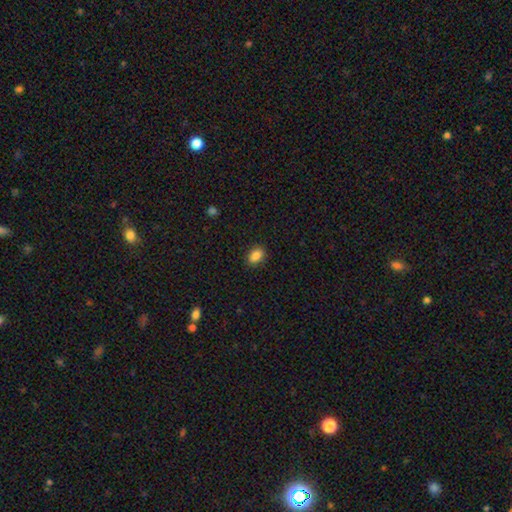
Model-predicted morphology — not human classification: This is clearly a smooth galaxy (87%). How rounded: likely in between (79%). Merging: clearly none (88%).